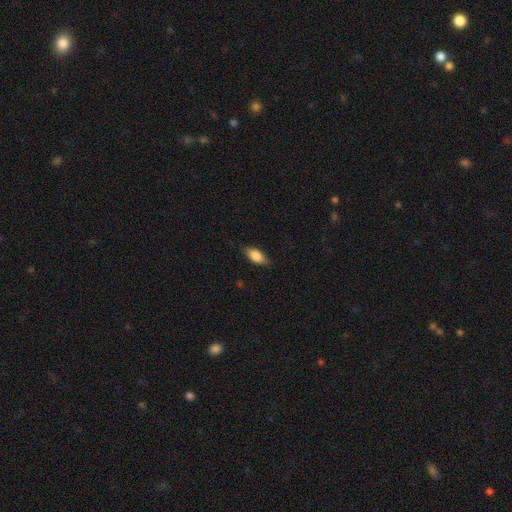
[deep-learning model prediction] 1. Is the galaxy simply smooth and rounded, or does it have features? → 81% smooth, 13% featured or disk, 6% star or artifact.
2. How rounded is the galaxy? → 84% in between, 13% cigar-shaped, 3% round.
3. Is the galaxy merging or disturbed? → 82% none, 14% minor disturbance, 3% major disturbance, 1% merger.